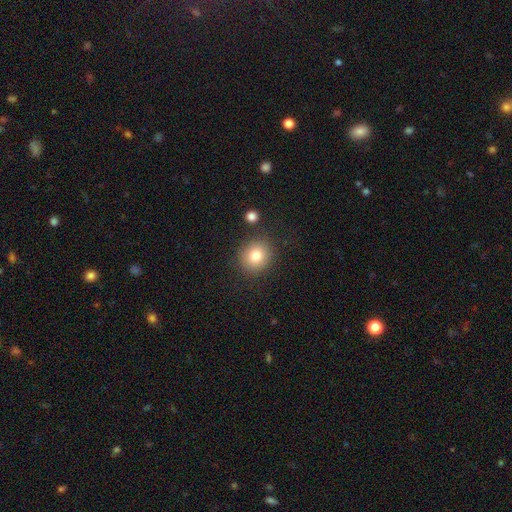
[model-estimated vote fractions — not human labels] smooth-or-featured: smooth: 81% | star or artifact: 11% | featured or disk: 9%
  how-rounded: round: 85% | in between: 14% | cigar-shaped: 1%
  merging: none: 85% | minor disturbance: 9% | merger: 4% | major disturbance: 3%